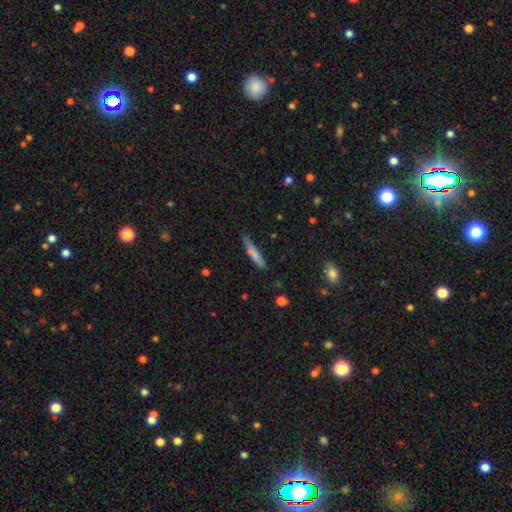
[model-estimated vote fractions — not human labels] Smooth or featured? Predicted: smooth (p=0.70). How rounded? Predicted: cigar-shaped (p=0.91). Merging? Predicted: none (p=0.77).